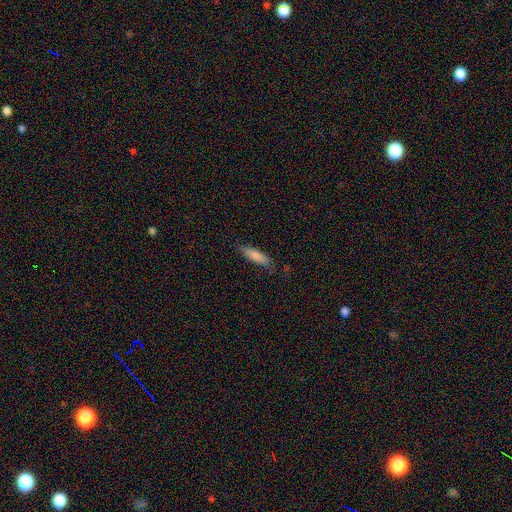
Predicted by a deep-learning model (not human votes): A smooth galaxy with no disk features (82%) that is cigar-shaped (67%).

Vote fractions:
- Smooth or featured? smooth: 82% / featured or disk: 12% / star or artifact: 6%
- How rounded? cigar-shaped: 67% / in between: 32% / round: 1%
- Merging? none: 79% / minor disturbance: 17% / major disturbance: 3% / merger: 1%